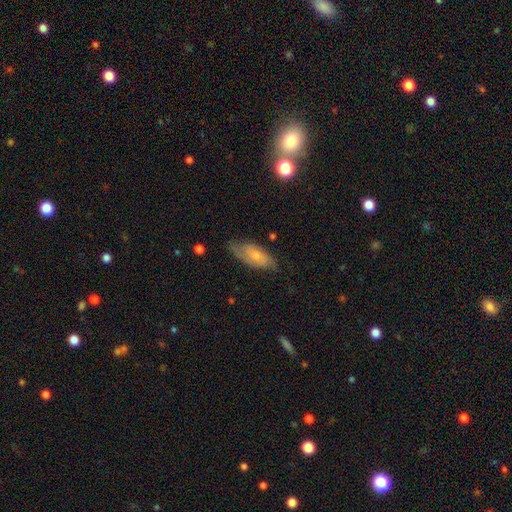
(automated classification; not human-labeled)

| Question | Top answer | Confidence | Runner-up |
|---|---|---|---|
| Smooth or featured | smooth | 50% | featured or disk (44%) |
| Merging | none | 64% | minor disturbance (27%) |